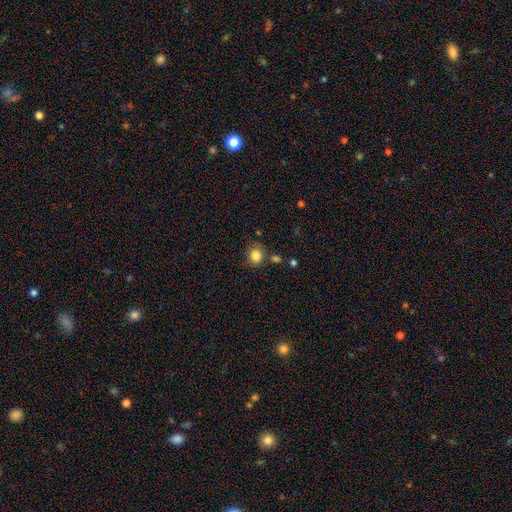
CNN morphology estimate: This is clearly a smooth galaxy (84%). How rounded: likely round (75%). Merging: likely none (75%).